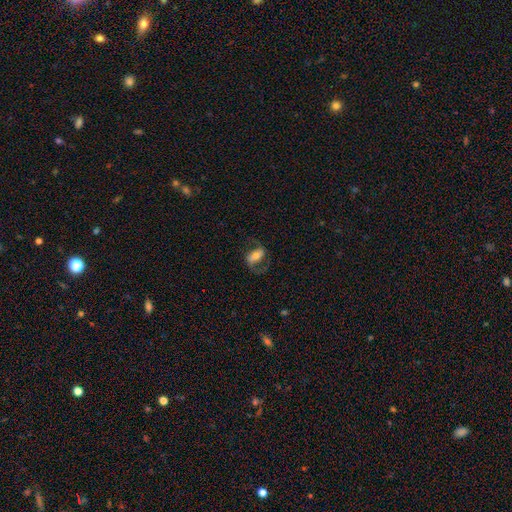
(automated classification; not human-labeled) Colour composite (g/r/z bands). It shows a featured or disk galaxy (60%) with a strong bar (43%), spiral arms (85%) and a moderate central bulge (41%). Merging: none (65%).